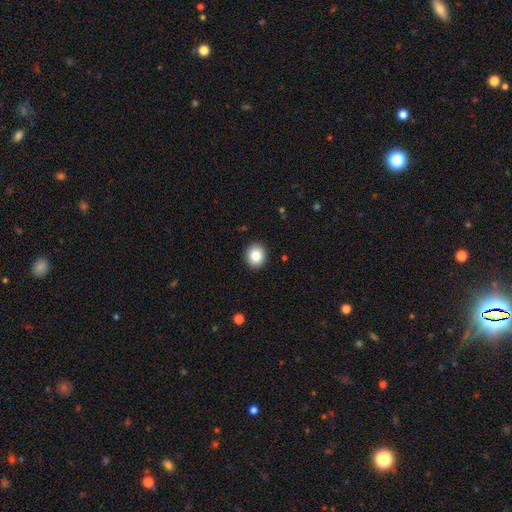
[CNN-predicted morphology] Smooth or featured: smooth — 83% (star or artifact — 10%)
How rounded: round — 78% (in between — 21%)
Merging: none — 92% (minor disturbance — 6%)